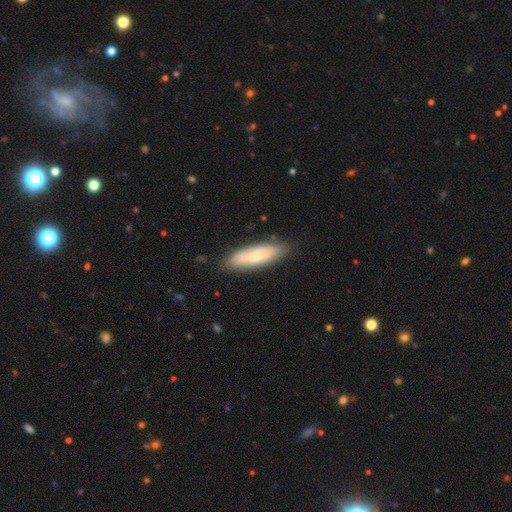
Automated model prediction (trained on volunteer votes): This appears to be a smooth galaxy with no disk features (65%) that is cigar-shaped (52%). Merging: none (83%).